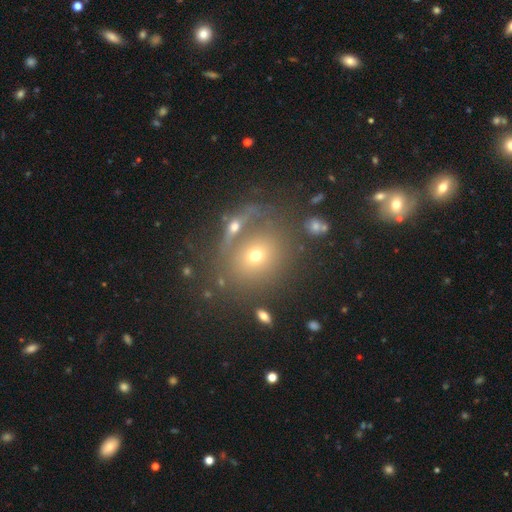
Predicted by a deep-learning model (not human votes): Morphology: type=smooth (61%); roundness=round (75%); merging=none (62%).